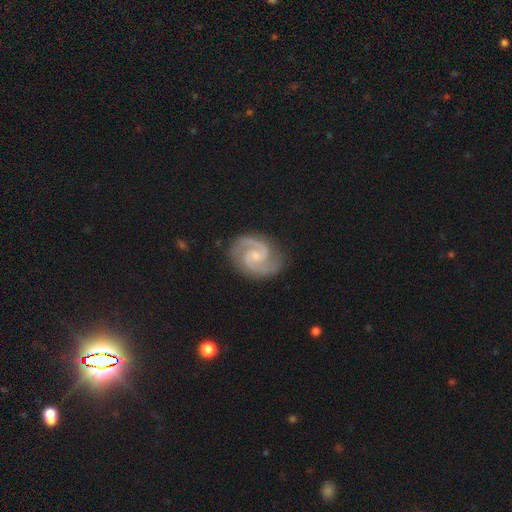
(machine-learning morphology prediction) A featured or disk galaxy (93%) with no bar (51%), 2 (94%) medium (57%) spiral arms (99%) and a small central bulge (60%). Merging: none (85%).